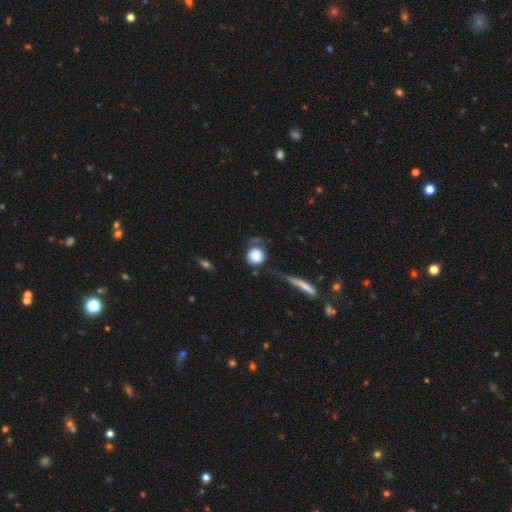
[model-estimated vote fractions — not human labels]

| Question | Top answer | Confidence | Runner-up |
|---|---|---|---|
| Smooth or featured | smooth | 81% | featured or disk (11%) |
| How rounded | round | 86% | in between (12%) |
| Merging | none | 50% | minor disturbance (22%) |